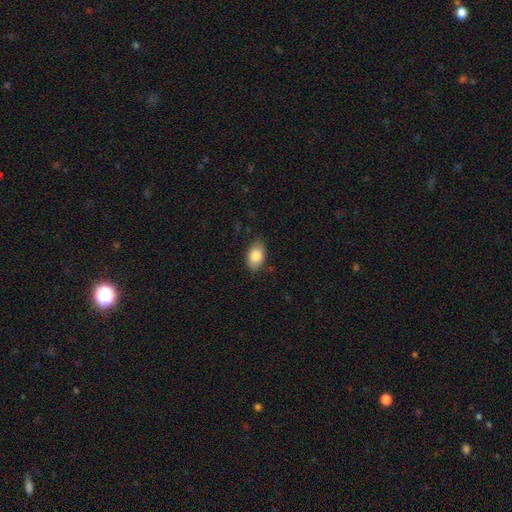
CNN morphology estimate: A smooth galaxy with no disk features (85%) that is in between round and cigar-shaped (91%). Merging: none (83%).